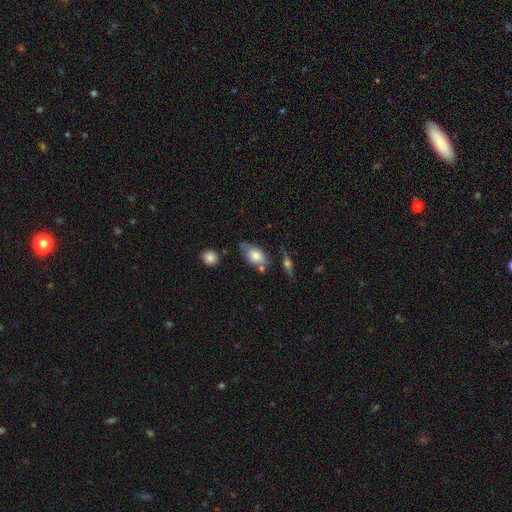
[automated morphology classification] This appears to be a smooth galaxy with no disk features (70%) that is in between round and cigar-shaped (90%). Merging: none (53%).